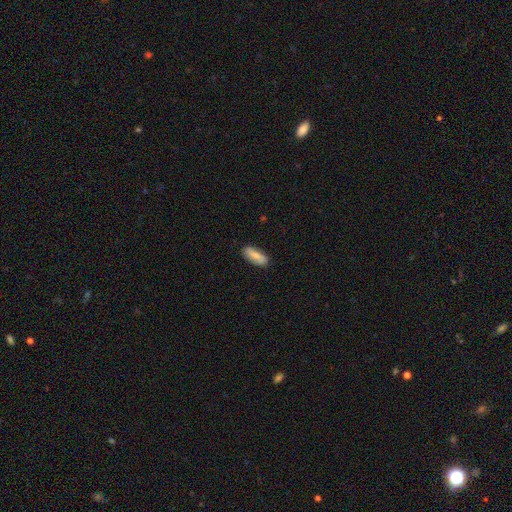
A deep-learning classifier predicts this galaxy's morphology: A smooth galaxy with no disk features (73%) that is in between round and cigar-shaped (76%). Merging: none (84%).